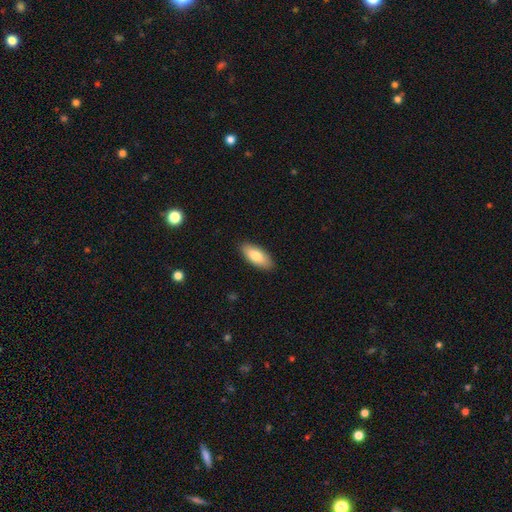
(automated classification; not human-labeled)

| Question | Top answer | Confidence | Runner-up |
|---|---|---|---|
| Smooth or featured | smooth | 80% | featured or disk (15%) |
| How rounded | in between | 85% | cigar-shaped (13%) |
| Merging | none | 89% | minor disturbance (9%) |